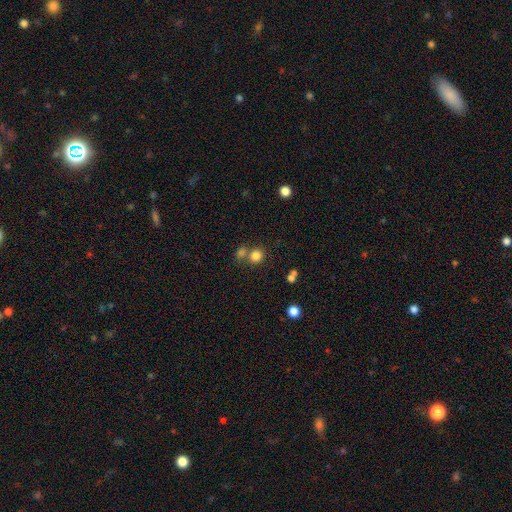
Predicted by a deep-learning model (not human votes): Smooth or featured: smooth — 80% (star or artifact — 14%)
How rounded: round — 85% (in between — 14%)
Merging: none — 58% (merger — 30%)